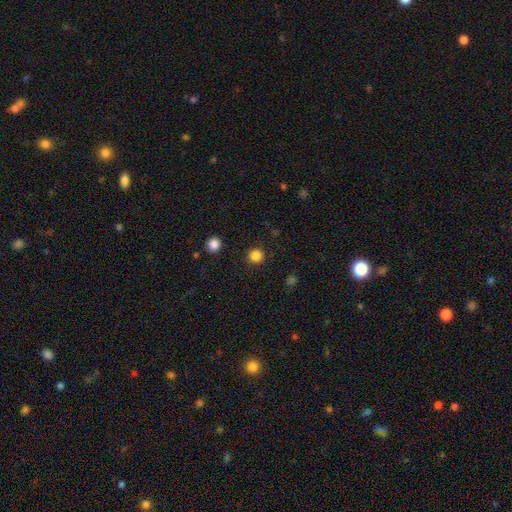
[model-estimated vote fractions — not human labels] Smooth or featured?
  - smooth: 85% *
  - star or artifact: 12%
  - featured or disk: 3%
How rounded?
  - round: 95% *
  - in between: 4%
  - cigar-shaped: 1%
Merging?
  - none: 91% *
  - minor disturbance: 5%
  - major disturbance: 2%
  - merger: 1%